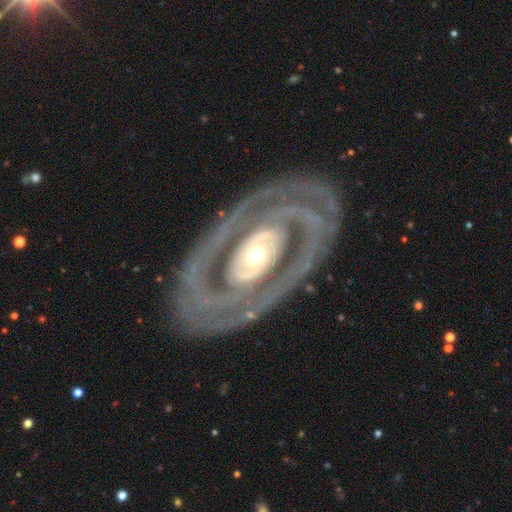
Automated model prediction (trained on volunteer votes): A featured or disk galaxy (88%) with no bar (66%), 2 (56%) tight (65%) spiral arms (83%) and a moderate central bulge (66%). Merging: none (80%).